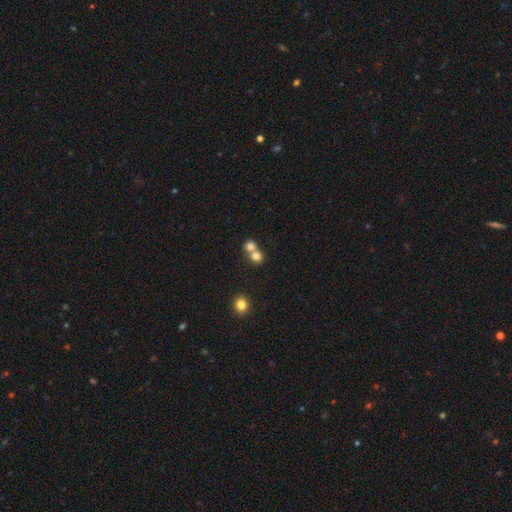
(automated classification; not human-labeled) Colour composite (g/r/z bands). It shows a smooth galaxy with no disk features (78%) that is round (81%). Merging: merger (54%).